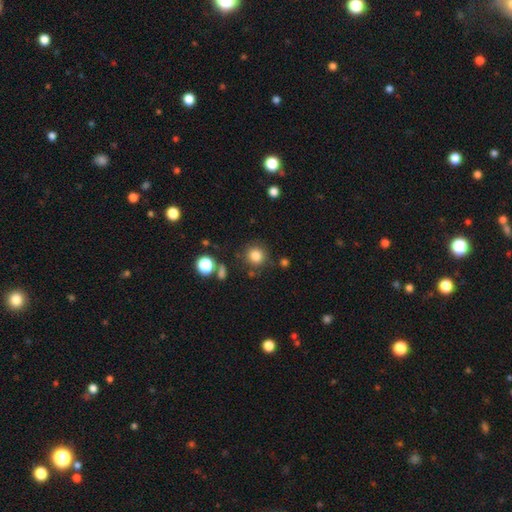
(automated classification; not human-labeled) smooth-or-featured: smooth: 82% | star or artifact: 12% | featured or disk: 6%
  how-rounded: round: 91% | in between: 8% | cigar-shaped: 1%
  merging: none: 82% | minor disturbance: 10% | merger: 4% | major disturbance: 4%